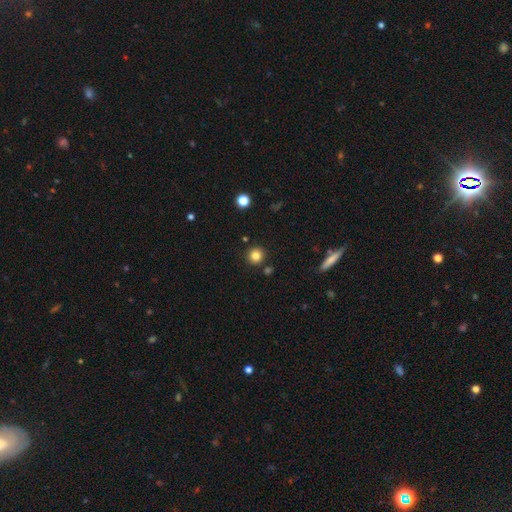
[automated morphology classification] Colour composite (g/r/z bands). It shows a smooth galaxy with no disk features (83%) that is round (94%). Merging: none (87%).